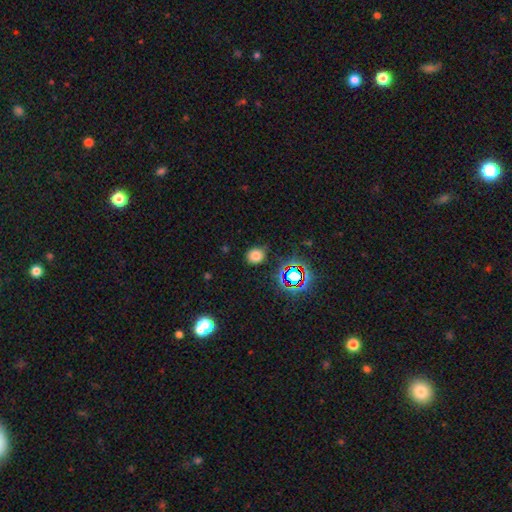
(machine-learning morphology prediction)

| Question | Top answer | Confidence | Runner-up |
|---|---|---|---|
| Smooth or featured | smooth | 72% | star or artifact (21%) |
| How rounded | round | 72% | in between (27%) |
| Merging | none | 83% | minor disturbance (12%) |